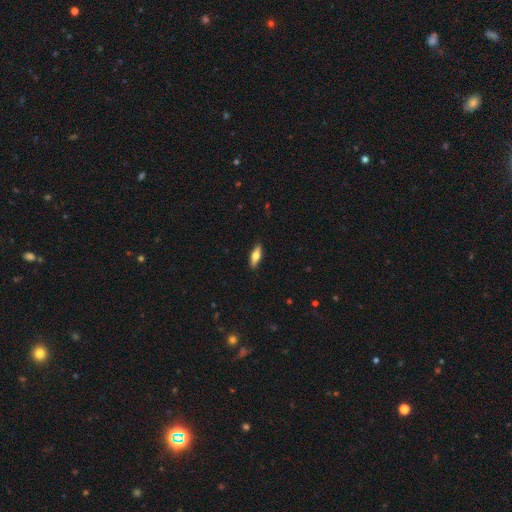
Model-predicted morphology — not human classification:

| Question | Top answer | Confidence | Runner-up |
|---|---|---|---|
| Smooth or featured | smooth | 64% | featured or disk (30%) |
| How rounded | in between | 54% | cigar-shaped (43%) |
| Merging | none | 89% | minor disturbance (8%) |